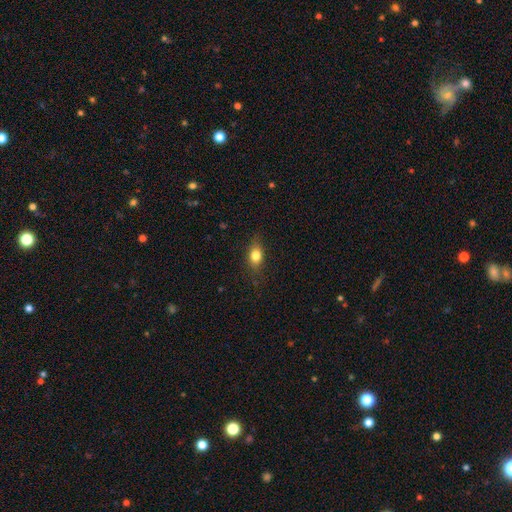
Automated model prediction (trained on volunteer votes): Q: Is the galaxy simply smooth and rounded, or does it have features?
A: smooth — 79%.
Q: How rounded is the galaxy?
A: in between — 72%.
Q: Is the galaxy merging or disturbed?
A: none — 77%.